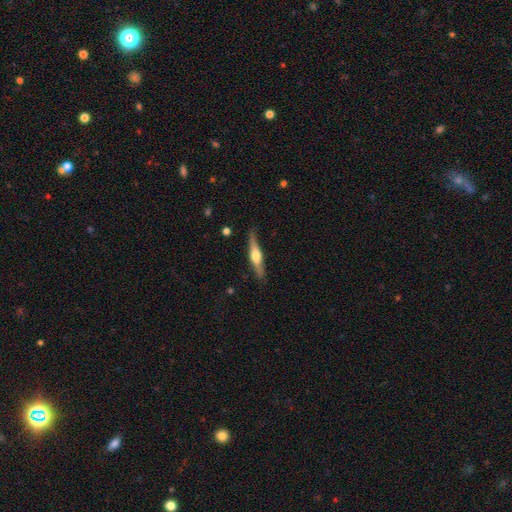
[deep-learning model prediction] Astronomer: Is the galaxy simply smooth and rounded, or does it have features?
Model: featured or disk — 62%.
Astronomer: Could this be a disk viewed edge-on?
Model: yes — 96%.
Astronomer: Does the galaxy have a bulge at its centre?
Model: rounded — 89%.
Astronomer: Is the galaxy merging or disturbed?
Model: none — 84%.